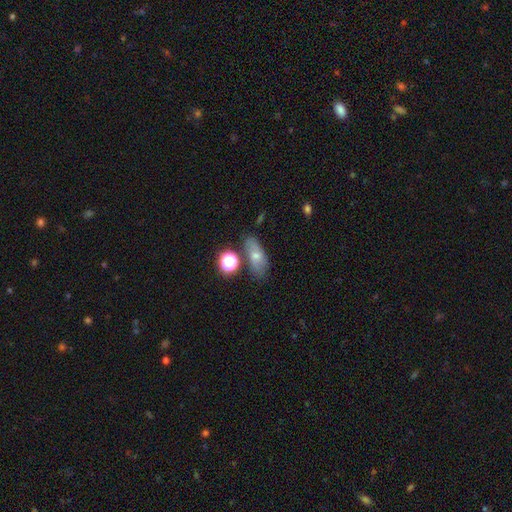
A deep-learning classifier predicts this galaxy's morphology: Smooth or featured?
  - smooth: 52% *
  - featured or disk: 27%
  - star or artifact: 21%
How rounded?
  - in between: 71% *
  - round: 16%
  - cigar-shaped: 13%
Merging?
  - none: 71% *
  - minor disturbance: 14%
  - merger: 9%
  - major disturbance: 5%